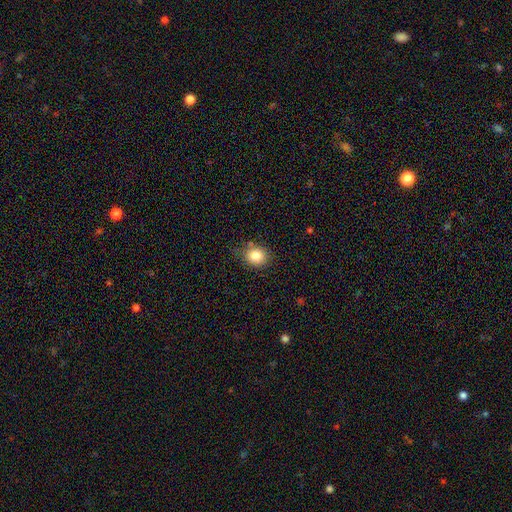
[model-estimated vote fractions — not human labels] Q: Smooth or featured?
A: smooth (83%); runner-up: star or artifact (10%)
Q: How rounded?
A: round (68%); runner-up: in between (31%)
Q: Merging?
A: none (78%); runner-up: minor disturbance (16%)